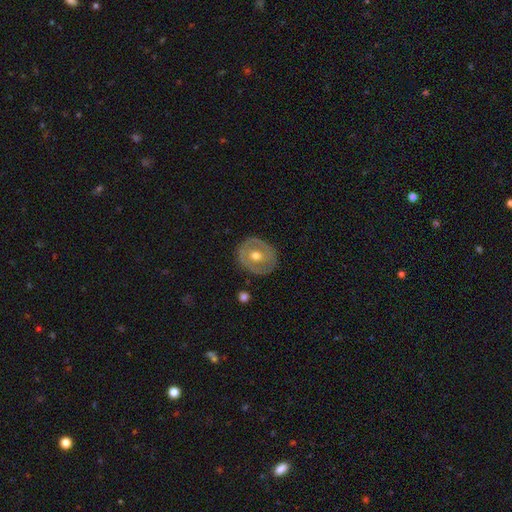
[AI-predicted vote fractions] Smooth or featured: featured or disk — 59% (smooth — 35%)
Edge-on disk: no — 95% (yes — 5%)
Bar: no — 66% (weak — 24%)
Spiral arms: no — 76% (yes — 24%)
Bulge size: moderate — 78% (small — 15%)
Merging: none — 83% (minor disturbance — 12%)